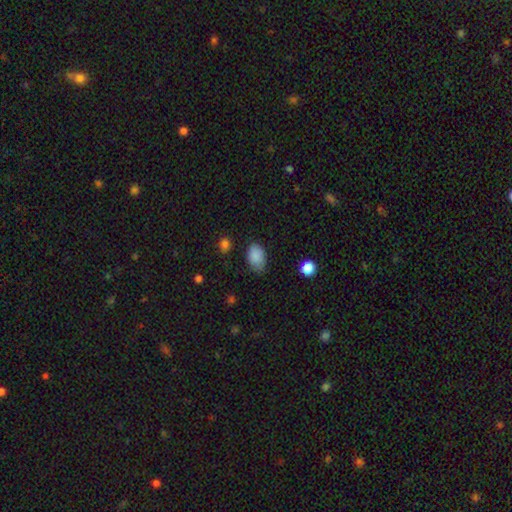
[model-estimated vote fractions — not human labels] Smooth or featured?
  - smooth: 87% *
  - star or artifact: 8%
  - featured or disk: 4%
How rounded?
  - in between: 87% *
  - round: 12%
  - cigar-shaped: 1%
Merging?
  - none: 69% *
  - minor disturbance: 24%
  - major disturbance: 5%
  - merger: 2%